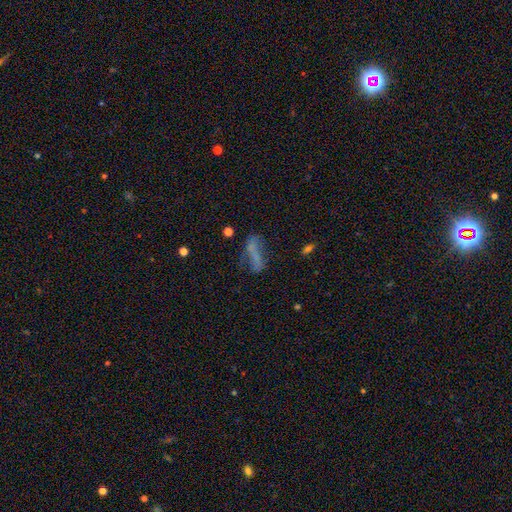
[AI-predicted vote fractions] A smooth galaxy with no disk features (50%).

Vote fractions:
- Smooth or featured? smooth: 50% / featured or disk: 35% / star or artifact: 16%
- Merging? none: 42% / major disturbance: 25% / minor disturbance: 25% / merger: 8%